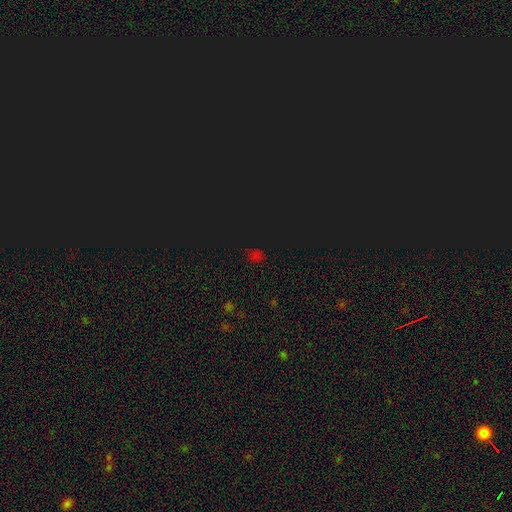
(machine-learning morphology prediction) star or artifact 61%, smooth 34%, featured or disk 5%.